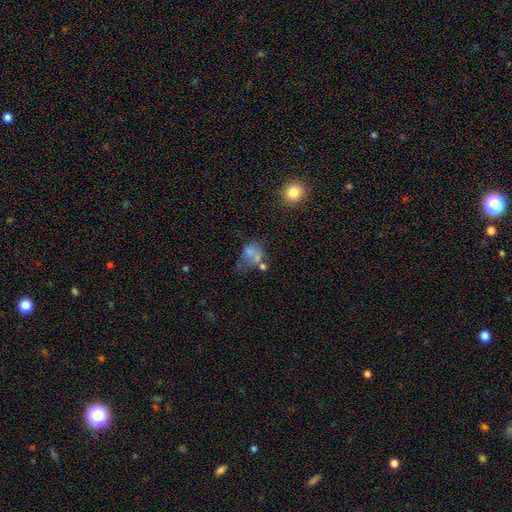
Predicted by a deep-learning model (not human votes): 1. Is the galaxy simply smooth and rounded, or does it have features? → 57% smooth, 27% featured or disk, 16% star or artifact.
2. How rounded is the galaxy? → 52% round, 46% in between, 1% cigar-shaped.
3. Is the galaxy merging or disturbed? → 32% merger, 27% none, 23% major disturbance, 18% minor disturbance.